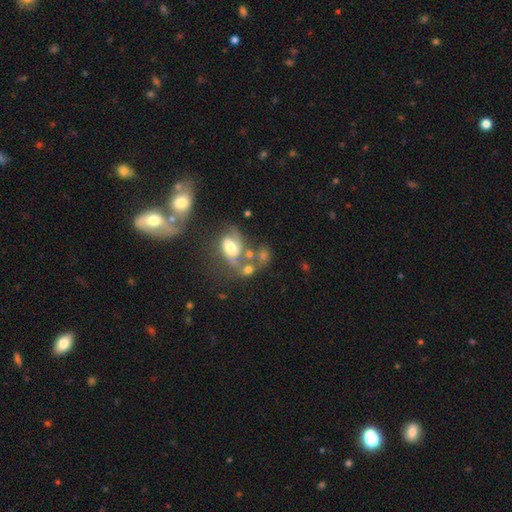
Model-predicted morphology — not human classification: A featured or disk galaxy (50%). Merging: merger (43%).